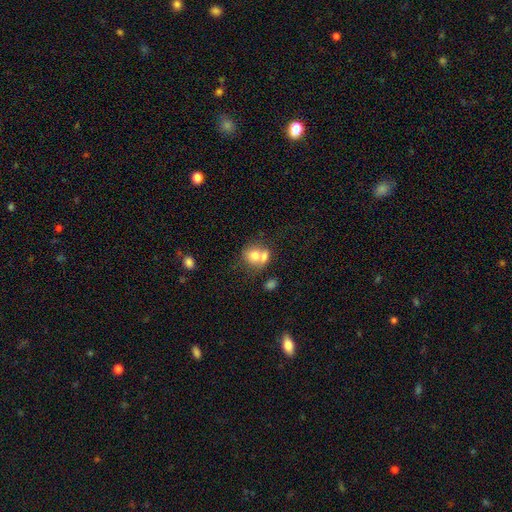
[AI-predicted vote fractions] Smooth or featured: smooth — 71% (featured or disk — 20%)
How rounded: round — 72% (in between — 27%)
Merging: merger — 55% (none — 31%)